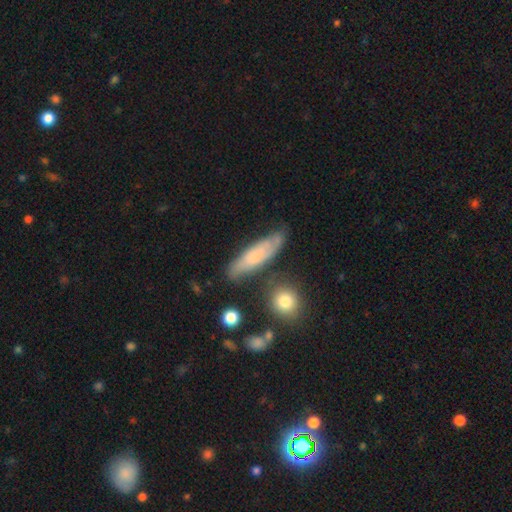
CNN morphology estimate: Smooth or featured?
  - smooth: 56% *
  - featured or disk: 36%
  - star or artifact: 8%
How rounded?
  - cigar-shaped: 67% *
  - in between: 30%
  - round: 3%
Merging?
  - none: 68% *
  - minor disturbance: 21%
  - major disturbance: 5%
  - merger: 5%